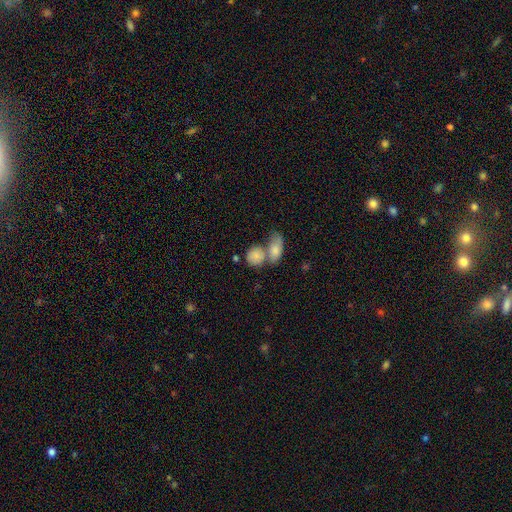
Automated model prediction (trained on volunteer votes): smooth_or_featured: smooth (p=0.83) [alt: featured or disk p=0.10]
how_rounded: round (p=0.66) [alt: in between p=0.31]
merging: merger (p=0.50) [alt: none p=0.36]